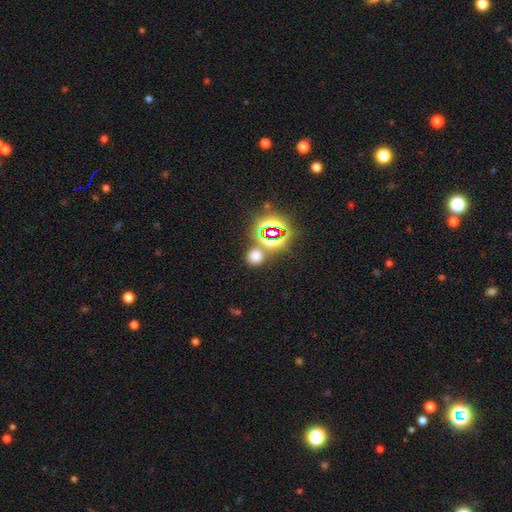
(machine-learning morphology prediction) Smooth or featured? smooth (60%)
How rounded? round (84%)
Merging? none (76%)